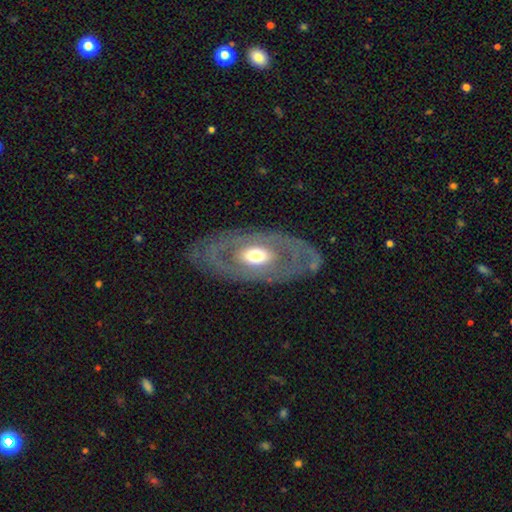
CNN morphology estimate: Overall: featured or disk (66%; smooth 29%). Edge-on disk: no (89%). Bar: no (79%). Spiral arms: no (75%). Bulge size: moderate (62%; large 26%). Merging: none (77%).